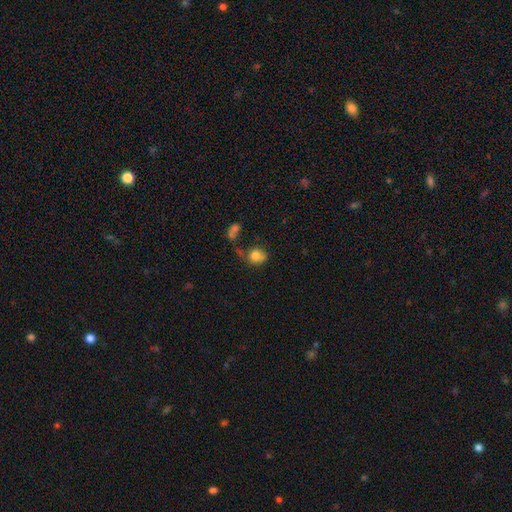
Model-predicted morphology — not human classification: The model was most divided on "merging": none: 48%, minor disturbance: 21%, merger: 16%, major disturbance: 15%. More confident: smooth or featured — smooth (79%); how rounded — round (74%).